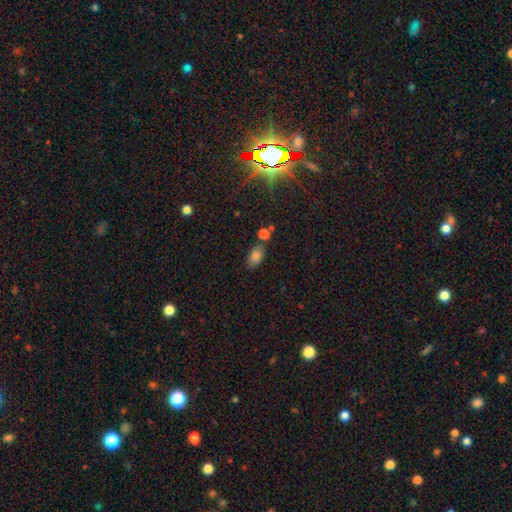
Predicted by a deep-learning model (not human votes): Smooth or featured? Predicted: smooth (p=0.79). How rounded? Predicted: in between (p=0.90). Merging? Predicted: none (p=0.74).